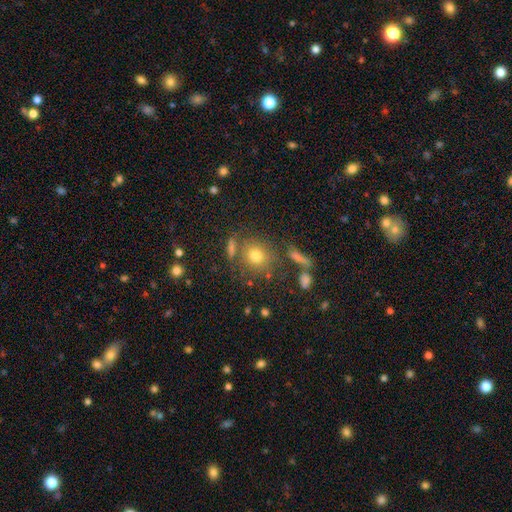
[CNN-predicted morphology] Smooth or featured: smooth — 73% (star or artifact — 14%)
How rounded: round — 80% (in between — 18%)
Merging: none — 70% (merger — 12%)